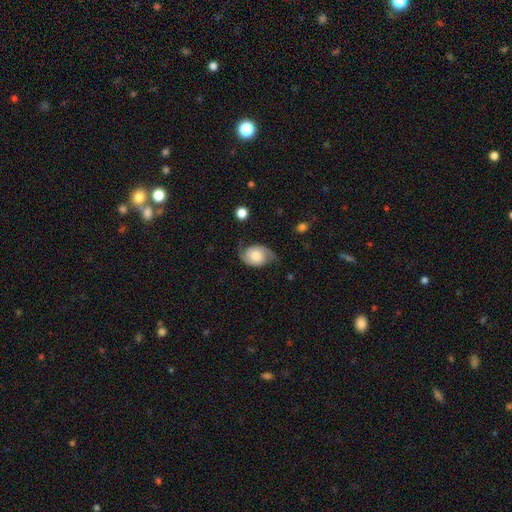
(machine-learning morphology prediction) featured or disk 68%, smooth 25%, star or artifact 7%. Down the decision tree: edge-on disk — no (97%); bar — no (73%); spiral arms — yes (93%); spiral arm count — 2 (90%); spiral winding — medium (40%); bulge size — moderate (42%); merging — none (65%).